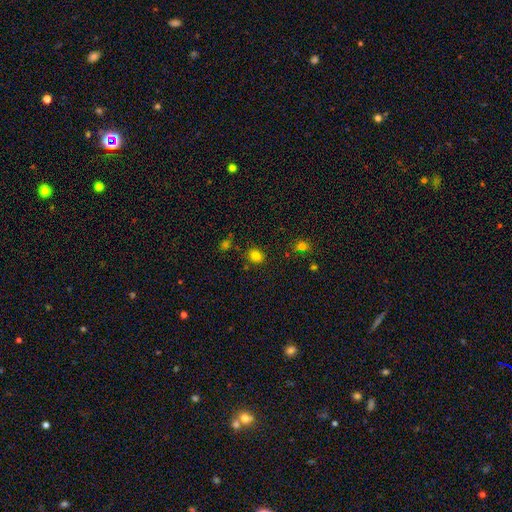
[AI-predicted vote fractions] A smooth galaxy with no disk features (81%) that is round (61%). Merging: none (83%).